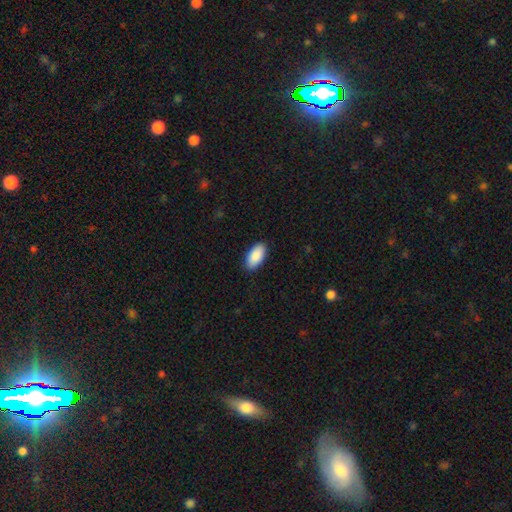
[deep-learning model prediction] A smooth galaxy with no disk features (90%) that is in between round and cigar-shaped (95%). Merging: none (90%).